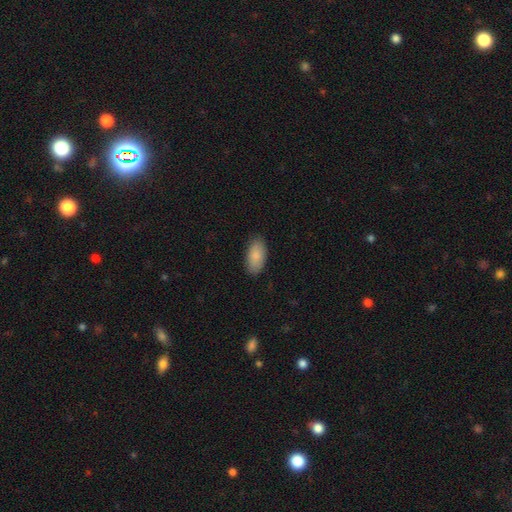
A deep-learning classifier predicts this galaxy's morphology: This appears to be a smooth galaxy with no disk features (88%) that is in between round and cigar-shaped (94%). Merging: none (86%).